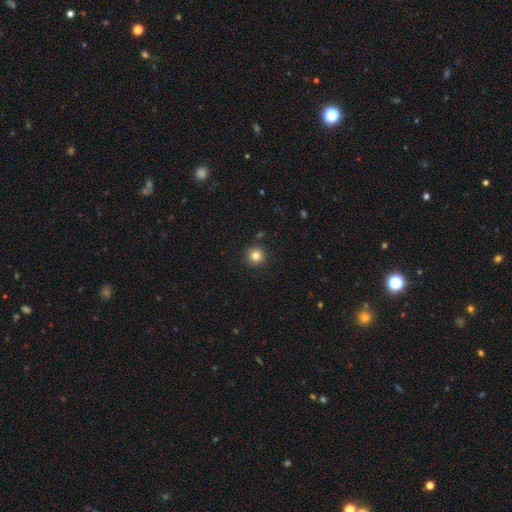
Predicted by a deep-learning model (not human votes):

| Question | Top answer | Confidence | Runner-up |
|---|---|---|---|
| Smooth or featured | smooth | 81% | star or artifact (12%) |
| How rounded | round | 95% | in between (4%) |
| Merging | none | 91% | minor disturbance (6%) |